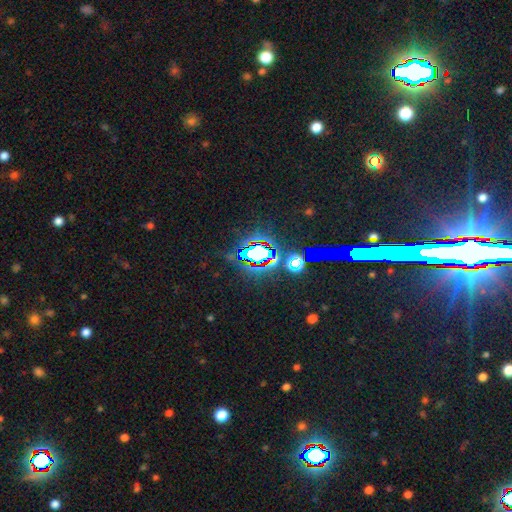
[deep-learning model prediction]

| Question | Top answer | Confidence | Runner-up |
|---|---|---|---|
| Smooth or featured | star or artifact | 66% | smooth (20%) |